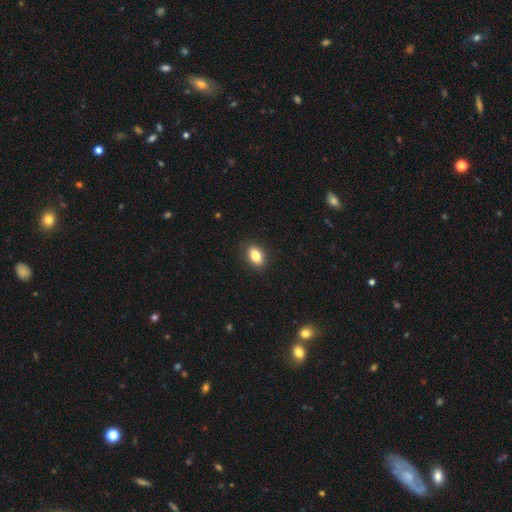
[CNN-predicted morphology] Q: Smooth or featured?
A: smooth (83%); runner-up: star or artifact (8%)
Q: How rounded?
A: in between (85%); runner-up: round (13%)
Q: Merging?
A: none (89%); runner-up: minor disturbance (8%)